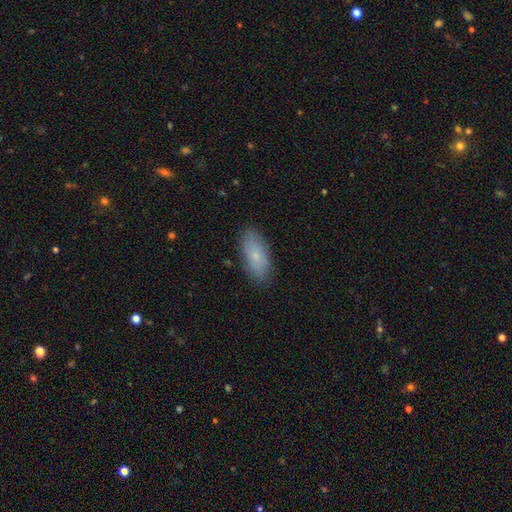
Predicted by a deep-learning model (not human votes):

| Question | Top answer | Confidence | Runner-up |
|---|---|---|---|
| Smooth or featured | smooth | 73% | featured or disk (19%) |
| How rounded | in between | 84% | cigar-shaped (13%) |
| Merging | none | 84% | minor disturbance (13%) |